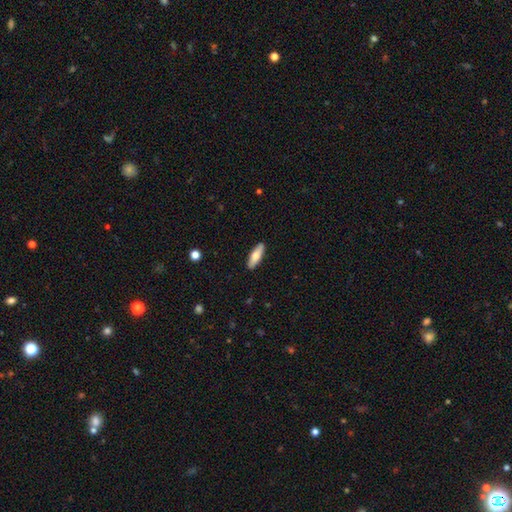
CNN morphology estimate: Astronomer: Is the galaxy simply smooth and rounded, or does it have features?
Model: smooth — 73%.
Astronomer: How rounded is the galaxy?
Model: cigar-shaped — 49% (runner-up: in between, 48%).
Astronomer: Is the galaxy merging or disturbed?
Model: none — 90%.